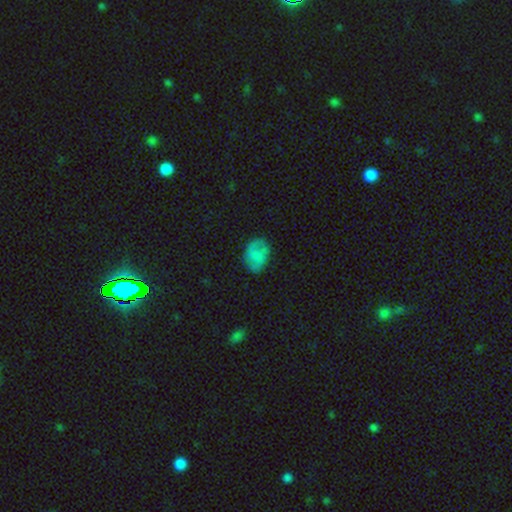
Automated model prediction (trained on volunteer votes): Smooth or featured: smooth — 67% (featured or disk — 23%)
How rounded: in between — 72% (round — 27%)
Merging: none — 67% (minor disturbance — 23%)